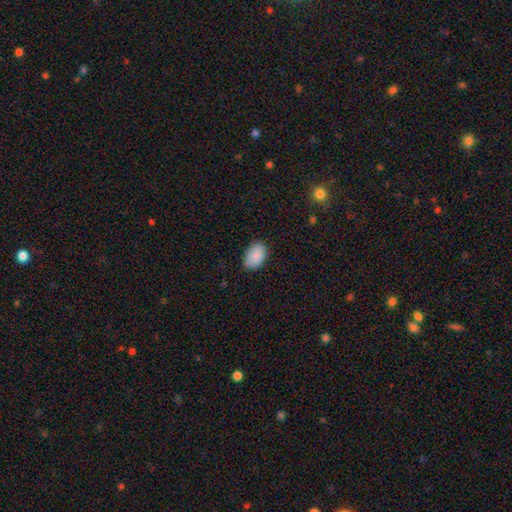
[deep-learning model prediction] Overall: smooth (89%). How rounded: in between (88%). Merging: none (76%).